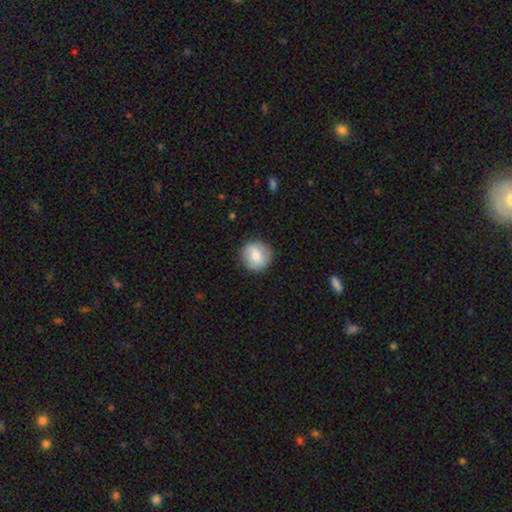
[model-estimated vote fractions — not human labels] This is likely a smooth galaxy (74%). How rounded: clearly round (92%). Merging: clearly none (88%).